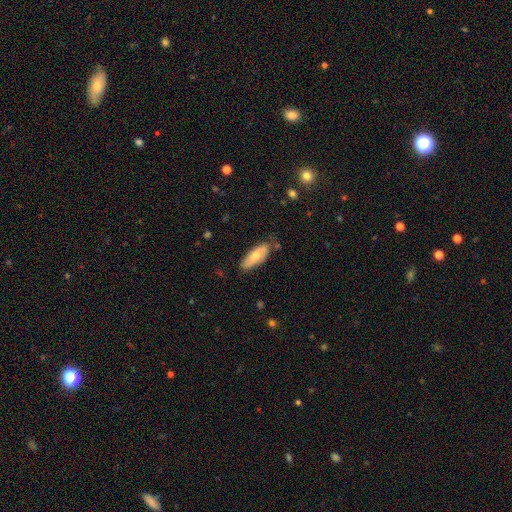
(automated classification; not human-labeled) smooth-or-featured: smooth: 67% | featured or disk: 28% | star or artifact: 6%
  how-rounded: in between: 75% | cigar-shaped: 23% | round: 2%
  merging: none: 73% | minor disturbance: 21% | major disturbance: 3% | merger: 3%